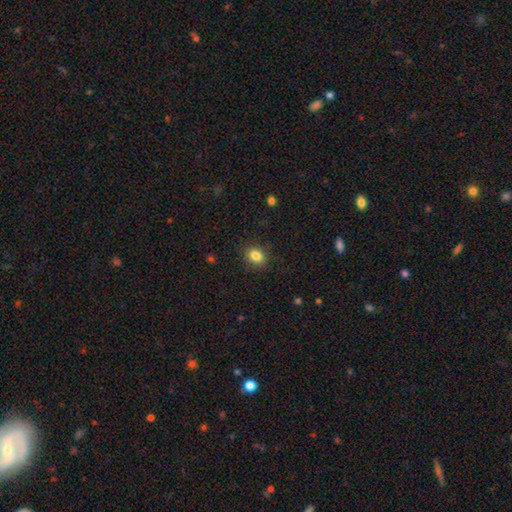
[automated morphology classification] Q: Smooth or featured?
A: smooth (84%); runner-up: star or artifact (10%)
Q: How rounded?
A: round (53%); runner-up: in between (46%)
Q: Merging?
A: none (88%); runner-up: minor disturbance (8%)